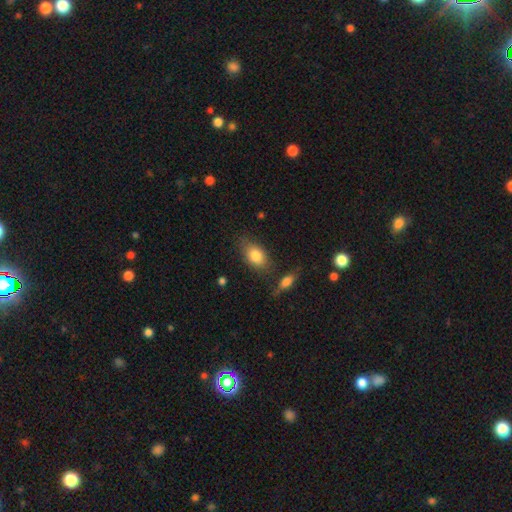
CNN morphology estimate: A smooth galaxy with no disk features (82%) that is in between round and cigar-shaped (83%).

Vote fractions:
- Smooth or featured? smooth: 82% / featured or disk: 11% / star or artifact: 8%
- How rounded? in between: 83% / round: 14% / cigar-shaped: 3%
- Merging? none: 69% / minor disturbance: 19% / merger: 6% / major disturbance: 5%